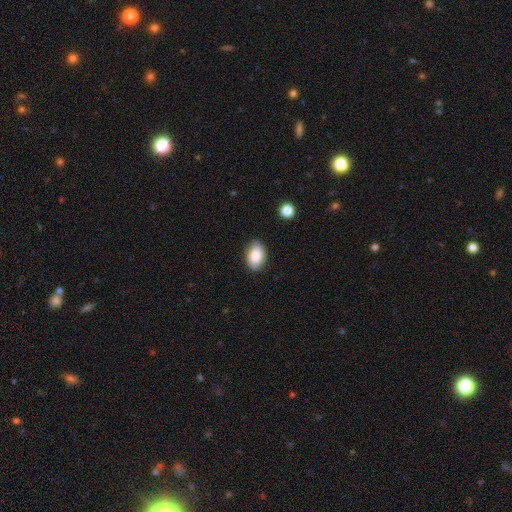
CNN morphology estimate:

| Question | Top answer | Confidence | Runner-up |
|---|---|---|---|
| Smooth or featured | smooth | 86% | star or artifact (7%) |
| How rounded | in between | 90% | round (9%) |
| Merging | none | 85% | minor disturbance (12%) |